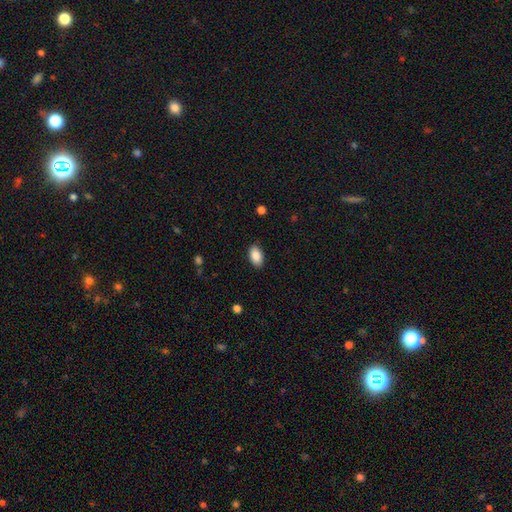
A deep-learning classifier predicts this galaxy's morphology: Smooth or featured?
  - smooth: 89% *
  - star or artifact: 7%
  - featured or disk: 4%
How rounded?
  - in between: 93% *
  - round: 5%
  - cigar-shaped: 2%
Merging?
  - none: 87% *
  - minor disturbance: 10%
  - major disturbance: 2%
  - merger: 1%